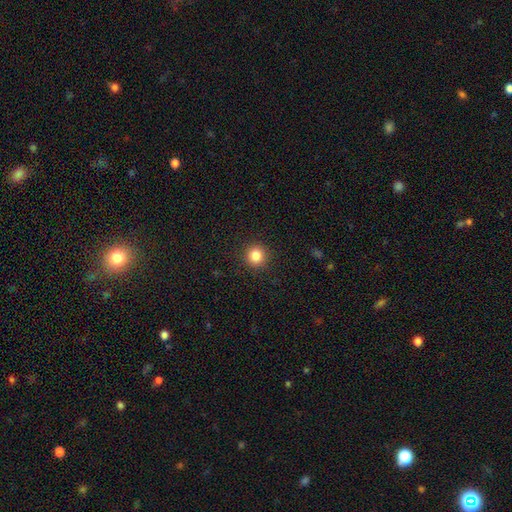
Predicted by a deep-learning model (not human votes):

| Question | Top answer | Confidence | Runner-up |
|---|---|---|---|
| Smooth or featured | smooth | 84% | star or artifact (11%) |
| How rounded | round | 94% | in between (5%) |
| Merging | none | 92% | minor disturbance (5%) |